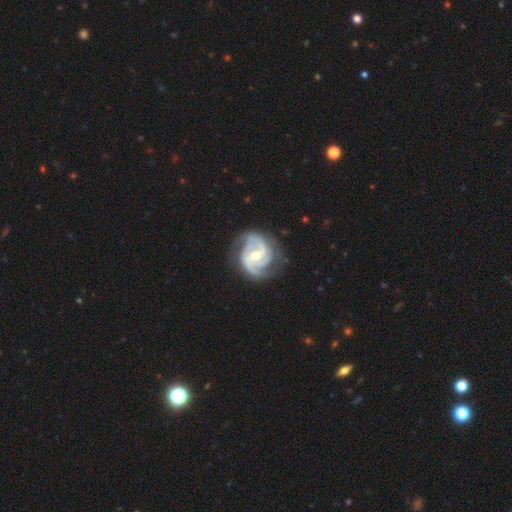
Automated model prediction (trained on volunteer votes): Overall: featured or disk (93%). Edge-on disk: no (98%). Bar: weak (45%; no 38%). Spiral arms: yes (98%). Spiral arm count: 2 (41%; 3 40%). Spiral winding: medium (50%; tight 41%). Bulge size: moderate (58%; small 39%). Merging: none (74%).